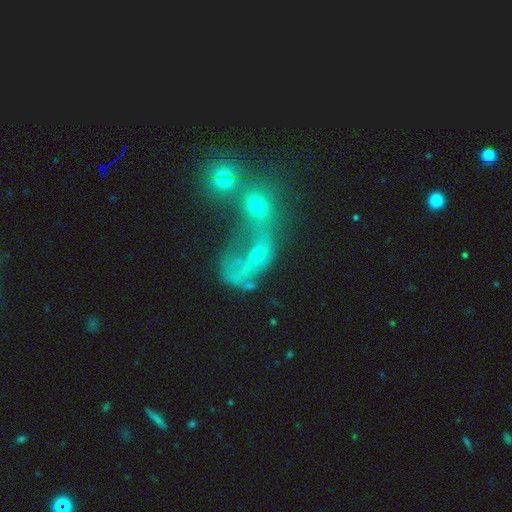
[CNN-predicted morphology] The model was most divided on "smooth or featured": star or artifact: 45%, featured or disk: 28%, smooth: 27%.